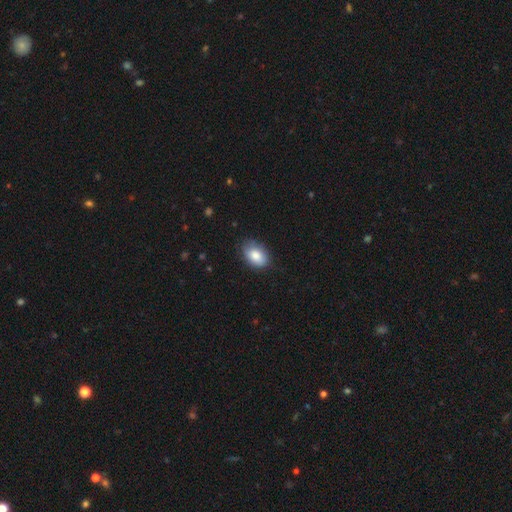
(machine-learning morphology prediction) This appears to be a smooth galaxy with no disk features (83%) that is in between round and cigar-shaped (87%). Merging: none (75%).